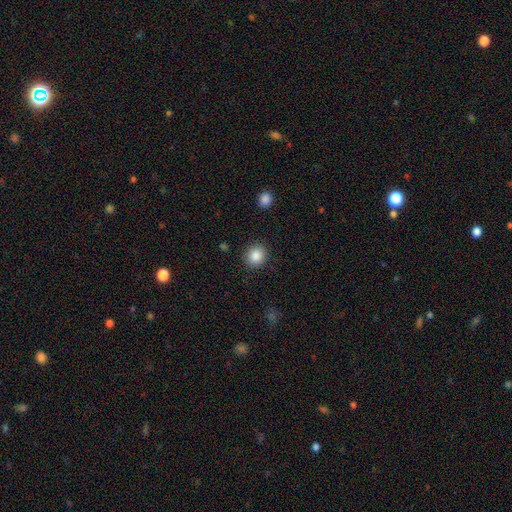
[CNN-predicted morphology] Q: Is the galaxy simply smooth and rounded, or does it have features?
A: smooth — 87%.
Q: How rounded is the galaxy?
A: round — 81%.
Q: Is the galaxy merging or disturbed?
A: none — 89%.